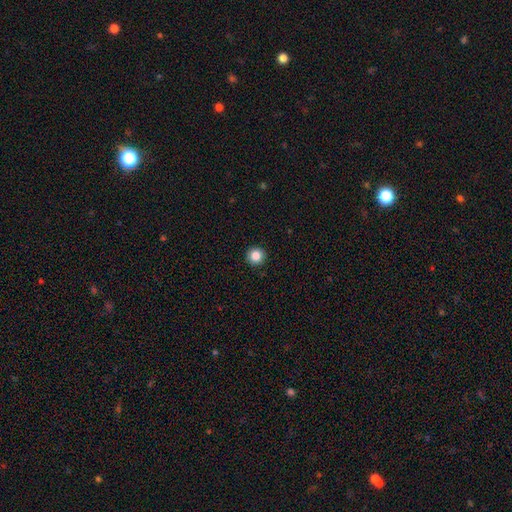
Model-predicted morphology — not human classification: Overall: smooth (85%). How rounded: round (96%). Merging: none (93%).